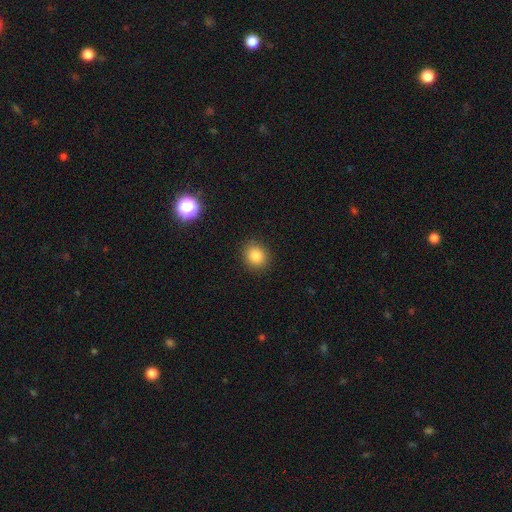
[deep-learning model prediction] smooth-or-featured: smooth: 83% | star or artifact: 11% | featured or disk: 6%
  how-rounded: round: 80% | in between: 19% | cigar-shaped: 1%
  merging: none: 90% | minor disturbance: 7% | major disturbance: 2% | merger: 1%